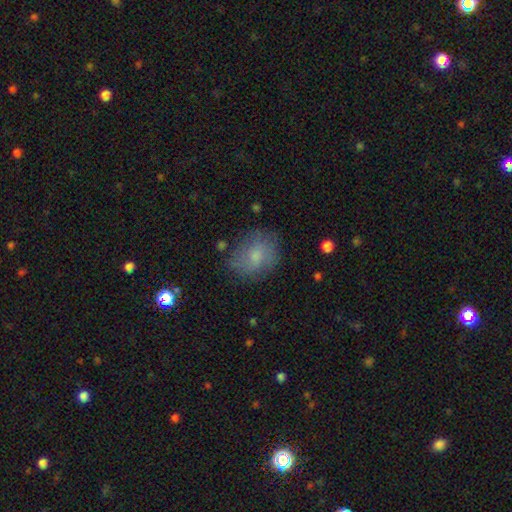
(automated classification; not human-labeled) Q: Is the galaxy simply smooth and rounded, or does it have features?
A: smooth — 66%.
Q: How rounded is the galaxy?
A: in between — 50%.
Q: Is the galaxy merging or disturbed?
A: none — 67%.